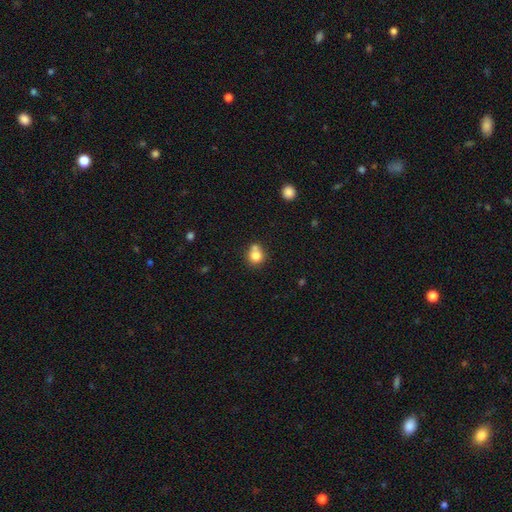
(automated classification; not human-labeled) Smooth or featured?
  - smooth: 79% *
  - star or artifact: 11%
  - featured or disk: 10%
How rounded?
  - round: 86% *
  - in between: 13%
  - cigar-shaped: 1%
Merging?
  - none: 55% *
  - merger: 31%
  - minor disturbance: 11%
  - major disturbance: 3%